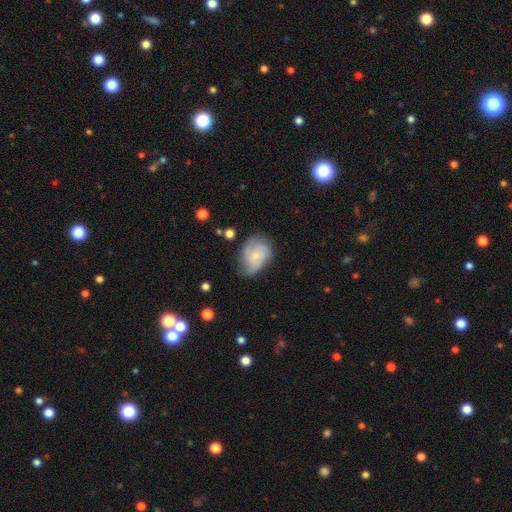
A featured or disk galaxy (73%) with no bar (77%), 3 (56%) tight (48%) spiral arms (90%) and a small central bulge (57%).

Vote fractions:
- Smooth or featured? featured or disk: 73% / smooth: 27% / star or artifact: 0%
- Edge-on disk? no: 100% / yes: 0%
- Bar? no: 77% / weak: 23% / strong: 0%
- Spiral arms? yes: 90% / no: 10%
- Spiral winding? tight: 48% / medium: 33% / loose: 19%
- Spiral arm count? 3: 56% / can't tell: 26% / 2: 19% / 1: 0% / 4: 0% / more than 4: 0%
- Bulge size? small: 57% / moderate: 40% / none: 3% / dominant: 0% / large: 0%
- Merging? none: 71% / minor disturbance: 24% / major disturbance: 5% / merger: 0%